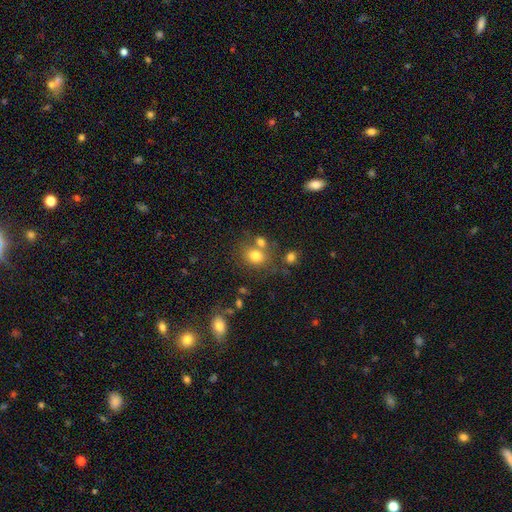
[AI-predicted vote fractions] This appears to be a smooth galaxy with no disk features (77%) that is round (56%). Merging: none (56%).